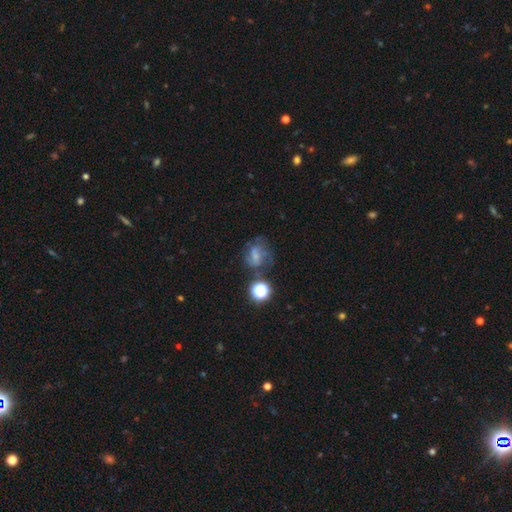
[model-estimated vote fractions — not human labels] Q: Smooth or featured?
A: featured or disk (46%); runner-up: smooth (34%)
Q: Merging?
A: none (43%); runner-up: major disturbance (24%)